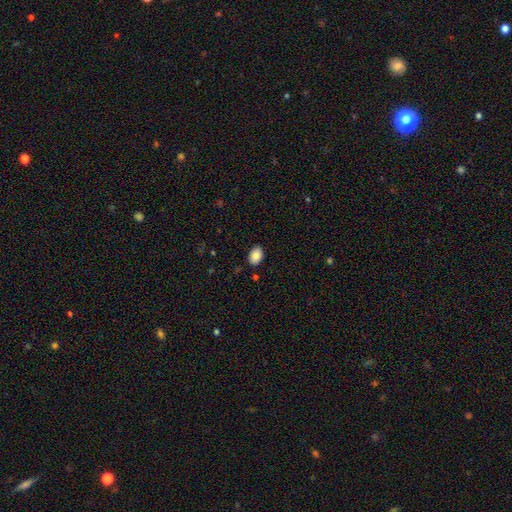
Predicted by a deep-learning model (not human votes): This is clearly a smooth galaxy (87%). How rounded: clearly in between (85%). Merging: clearly none (86%).